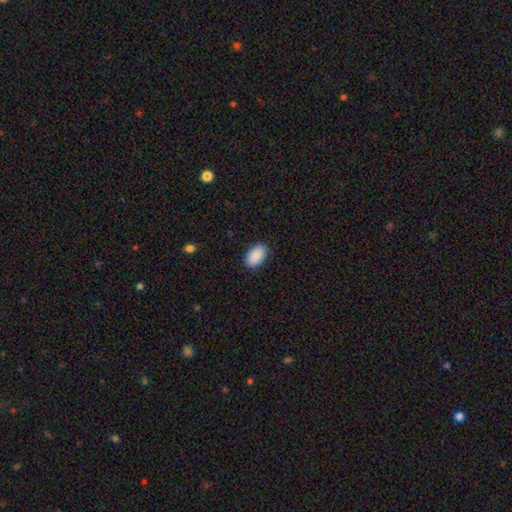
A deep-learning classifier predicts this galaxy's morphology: A smooth galaxy with no disk features (91%) that is in between round and cigar-shaped (94%).

Vote fractions:
- Smooth or featured? smooth: 91% / star or artifact: 6% / featured or disk: 3%
- How rounded? in between: 94% / round: 5% / cigar-shaped: 1%
- Merging? none: 89% / minor disturbance: 8% / major disturbance: 2% / merger: 1%